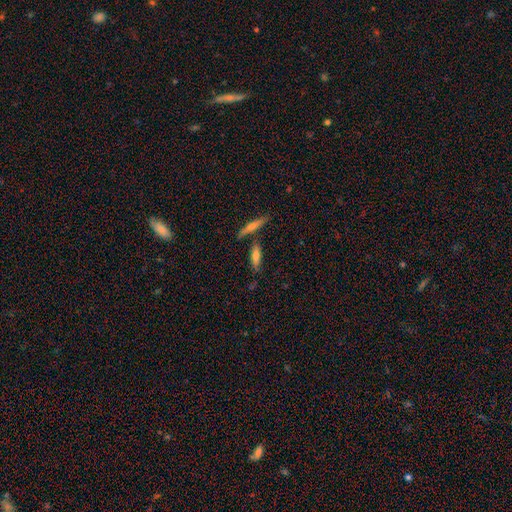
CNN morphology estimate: smooth 57%, featured or disk 34%, star or artifact 9%. Down the decision tree: how rounded — cigar-shaped (66%); merging — none (69%).